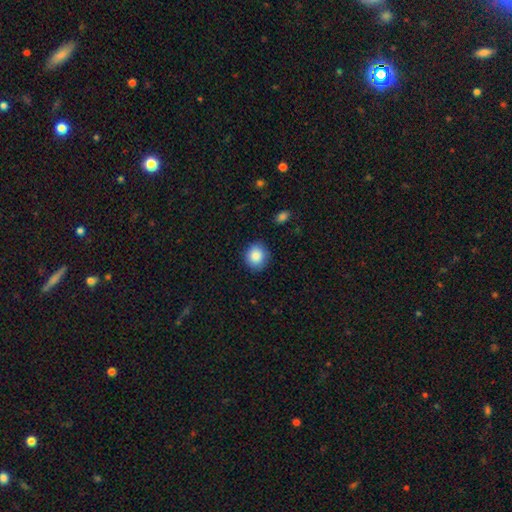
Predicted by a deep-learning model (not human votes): Smooth or featured? Predicted: smooth (p=0.87). How rounded? Predicted: round (p=0.78). Merging? Predicted: none (p=0.87).